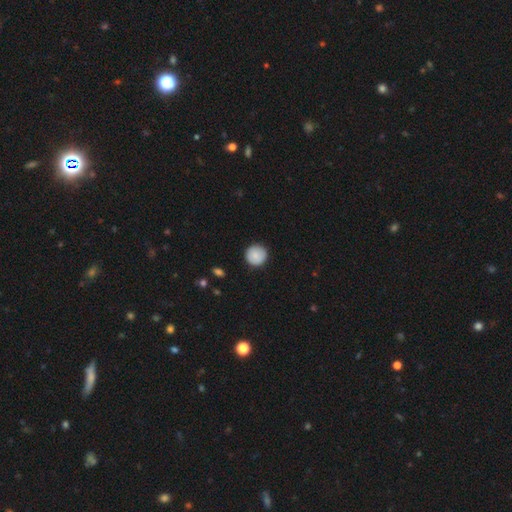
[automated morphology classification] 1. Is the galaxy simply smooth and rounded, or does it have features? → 86% smooth, 7% featured or disk, 7% star or artifact.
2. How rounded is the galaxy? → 95% round, 4% in between, 1% cigar-shaped.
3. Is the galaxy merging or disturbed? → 89% none, 8% minor disturbance, 2% major disturbance, 1% merger.